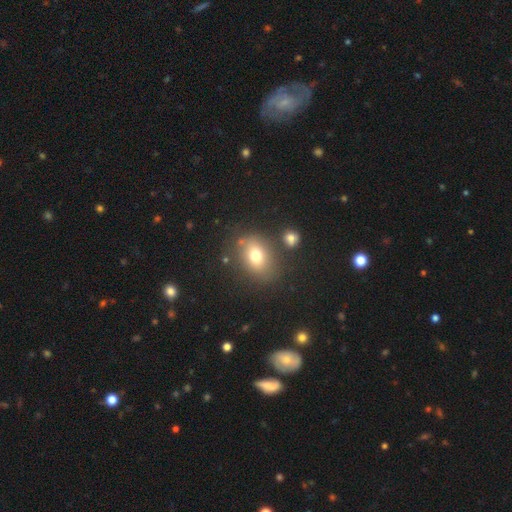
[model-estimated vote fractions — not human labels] Smooth or featured? Predicted: smooth (p=0.72). How rounded? Predicted: in between (p=0.66). Merging? Predicted: none (p=0.73).